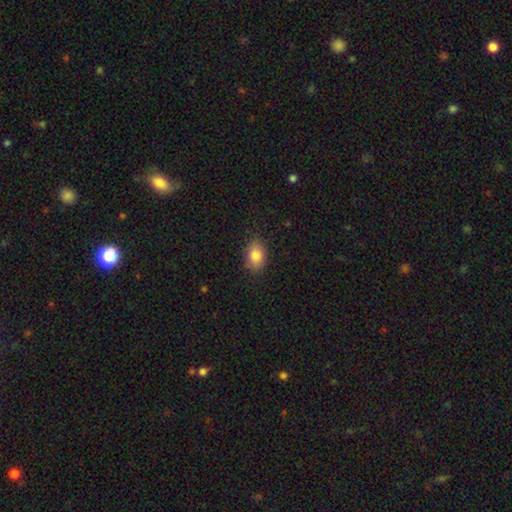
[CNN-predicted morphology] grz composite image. It shows a smooth galaxy with no disk features (83%) that is in between round and cigar-shaped (83%). Merging: none (83%).